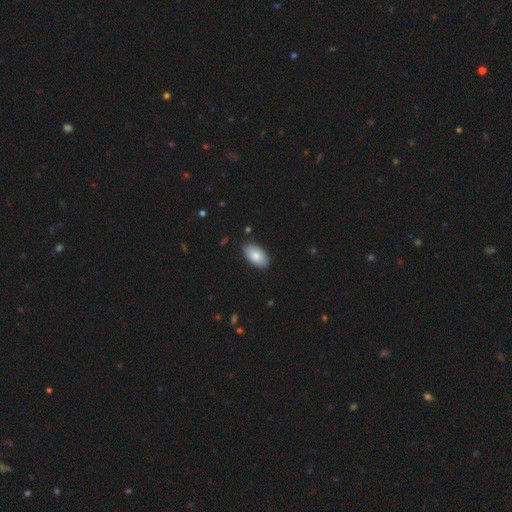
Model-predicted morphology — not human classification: A smooth galaxy with no disk features (82%) that is in between round and cigar-shaped (95%). Merging: none (86%).